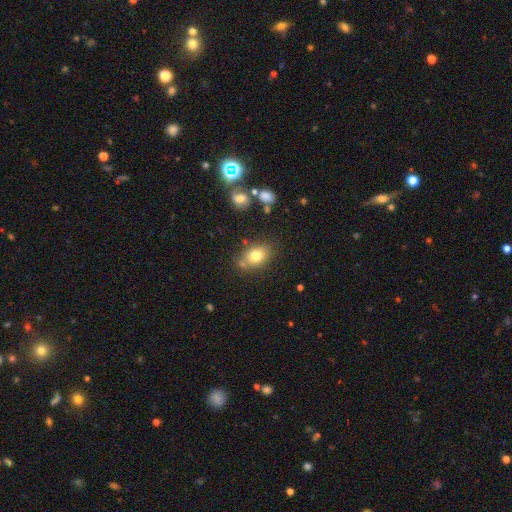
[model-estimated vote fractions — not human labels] Smooth or featured: smooth — 77% (featured or disk — 12%)
How rounded: in between — 71% (round — 28%)
Merging: none — 72% (minor disturbance — 15%)